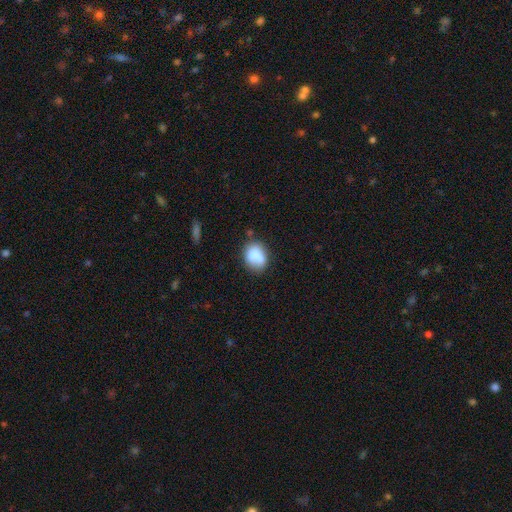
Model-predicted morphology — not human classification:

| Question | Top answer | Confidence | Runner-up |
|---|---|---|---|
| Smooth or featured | smooth | 83% | featured or disk (9%) |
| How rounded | in between | 60% | round (39%) |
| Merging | none | 61% | minor disturbance (22%) |